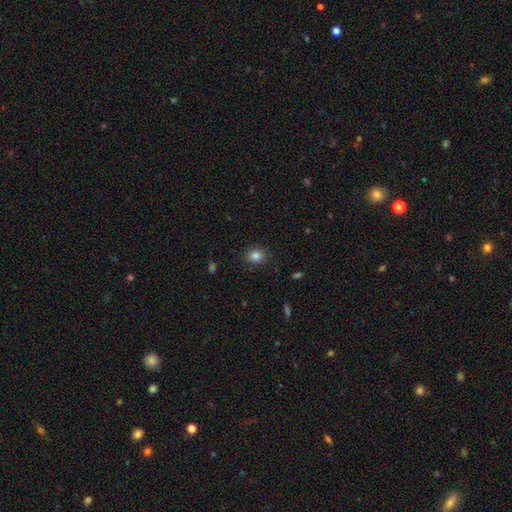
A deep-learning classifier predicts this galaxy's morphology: smooth_or_featured: smooth (p=0.84) [alt: star or artifact p=0.11]
how_rounded: round (p=0.72) [alt: in between p=0.27]
merging: none (p=0.88) [alt: minor disturbance p=0.09]